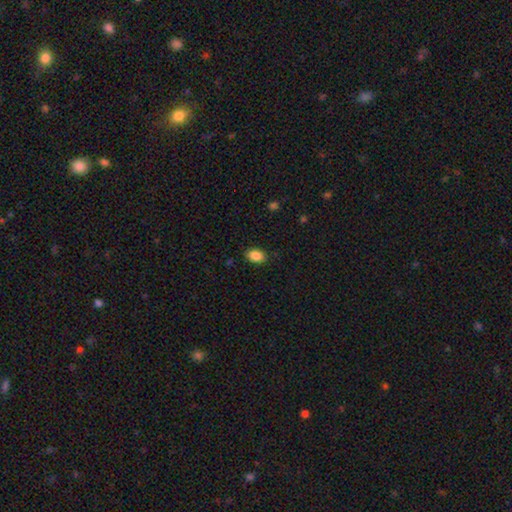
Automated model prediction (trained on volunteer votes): A smooth galaxy with no disk features (87%) that is in between round and cigar-shaped (84%). Merging: none (88%).